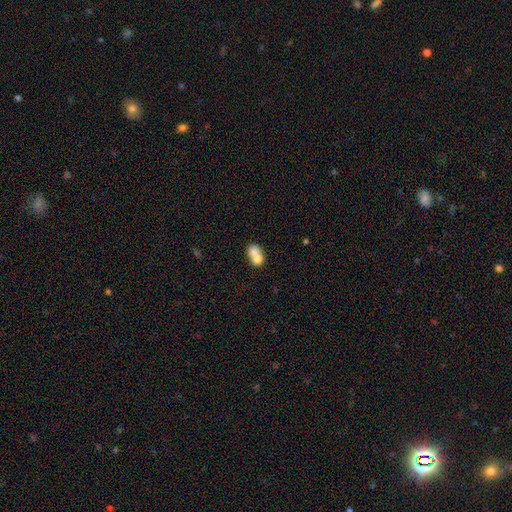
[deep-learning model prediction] A smooth galaxy with no disk features (71%) that is in between round and cigar-shaped (57%).

Vote fractions:
- Smooth or featured? smooth: 71% / featured or disk: 20% / star or artifact: 9%
- How rounded? in between: 57% / round: 41% / cigar-shaped: 2%
- Merging? merger: 68% / none: 21% / minor disturbance: 7% / major disturbance: 3%